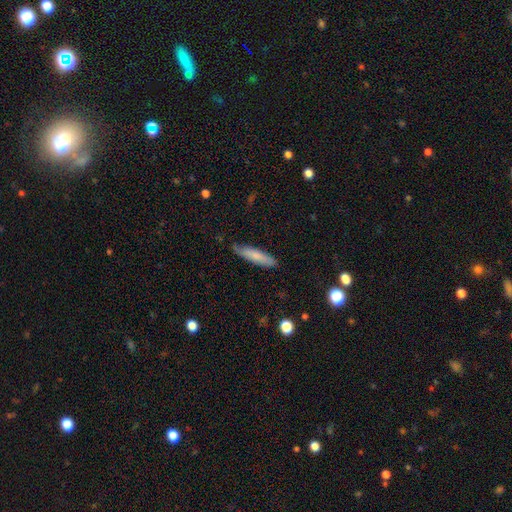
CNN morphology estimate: This appears to be a smooth galaxy with no disk features (74%) that is cigar-shaped (80%). Merging: none (78%).